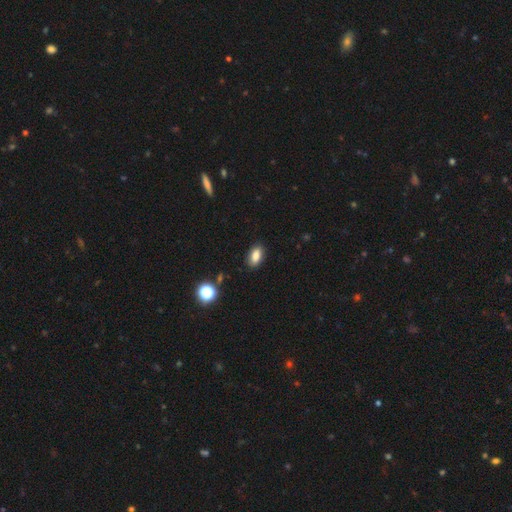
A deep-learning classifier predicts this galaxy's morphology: Smooth or featured?
  - smooth: 85% *
  - star or artifact: 10%
  - featured or disk: 6%
How rounded?
  - in between: 90% *
  - round: 6%
  - cigar-shaped: 5%
Merging?
  - none: 86% *
  - minor disturbance: 10%
  - major disturbance: 2%
  - merger: 1%